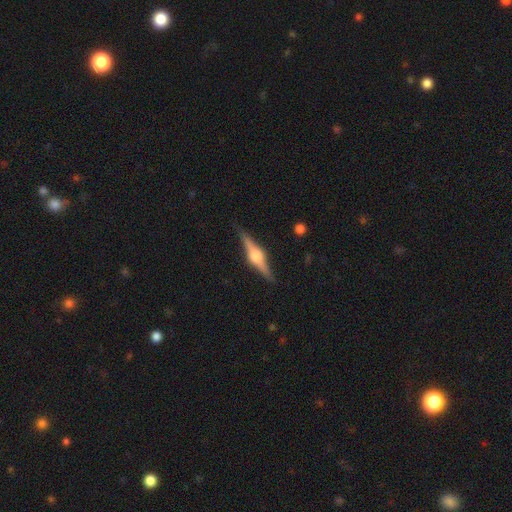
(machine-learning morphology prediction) Smooth or featured?
  - featured or disk: 81% *
  - smooth: 13%
  - star or artifact: 6%
Edge-on disk?
  - yes: 98% *
  - no: 2%
Edge-on bulge?
  - rounded: 93% *
  - boxy: 6%
  - none: 2%
Merging?
  - none: 89% *
  - minor disturbance: 8%
  - major disturbance: 2%
  - merger: 1%